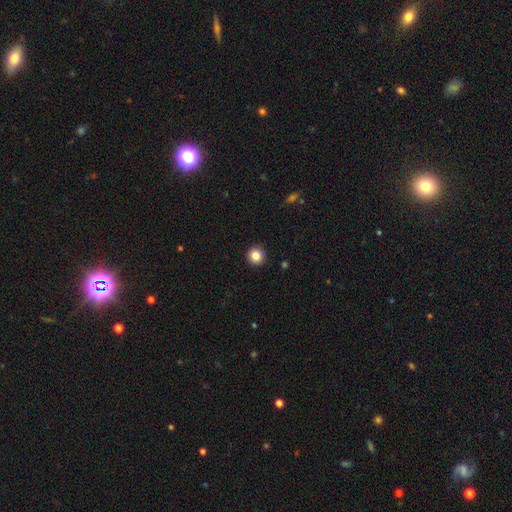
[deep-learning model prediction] Smooth or featured: smooth — 85% (star or artifact — 10%)
How rounded: round — 95% (in between — 4%)
Merging: none — 93% (minor disturbance — 4%)